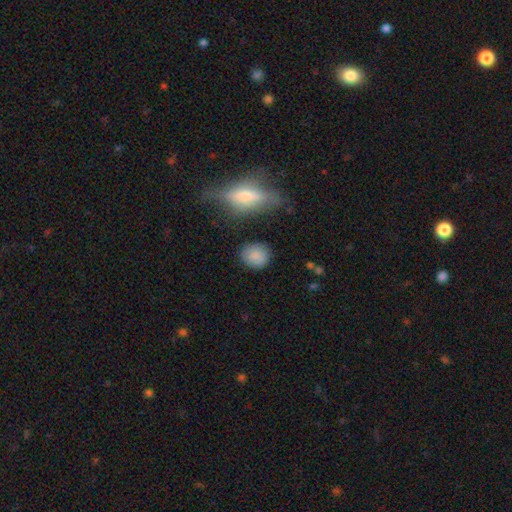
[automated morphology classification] Q: Smooth or featured?
A: smooth (86%); runner-up: star or artifact (8%)
Q: How rounded?
A: round (73%); runner-up: in between (25%)
Q: Merging?
A: none (81%); runner-up: minor disturbance (12%)